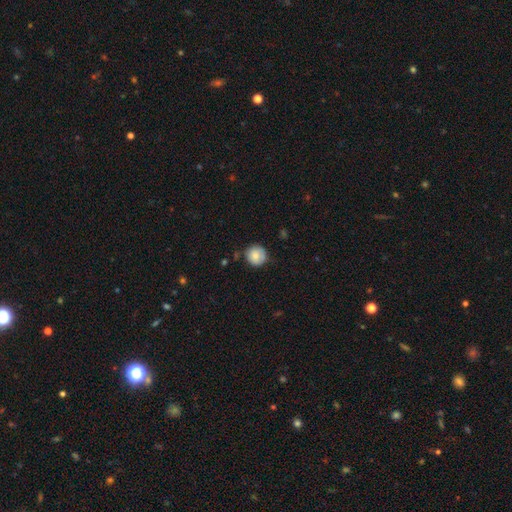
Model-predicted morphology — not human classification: Smooth or featured: smooth — 80% (featured or disk — 12%)
How rounded: round — 93% (in between — 6%)
Merging: none — 76% (minor disturbance — 18%)